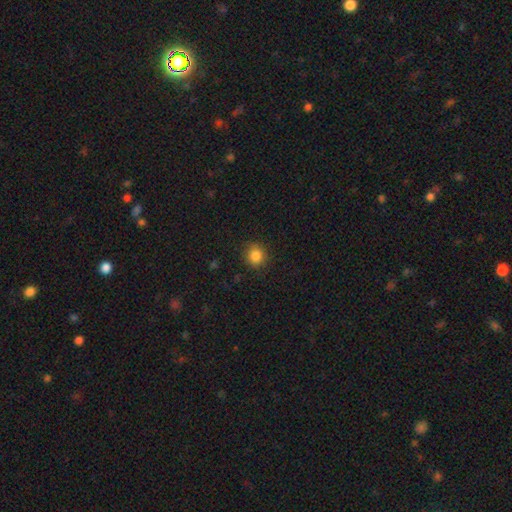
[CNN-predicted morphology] This appears to be a smooth galaxy with no disk features (84%) that is round (87%). Merging: none (88%).